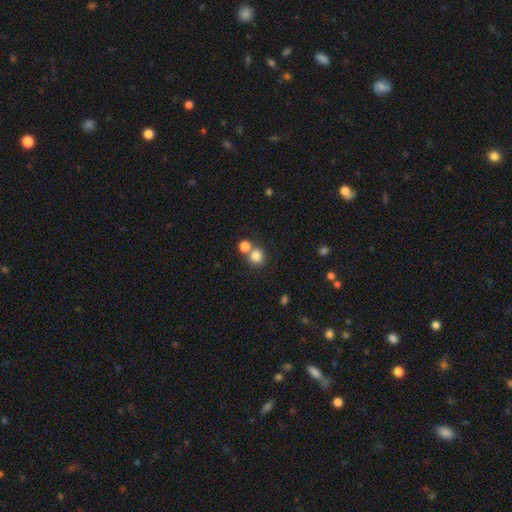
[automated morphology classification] Smooth or featured?
  - smooth: 81% *
  - star or artifact: 12%
  - featured or disk: 7%
How rounded?
  - round: 89% *
  - in between: 10%
  - cigar-shaped: 1%
Merging?
  - none: 60% *
  - merger: 31%
  - minor disturbance: 7%
  - major disturbance: 3%